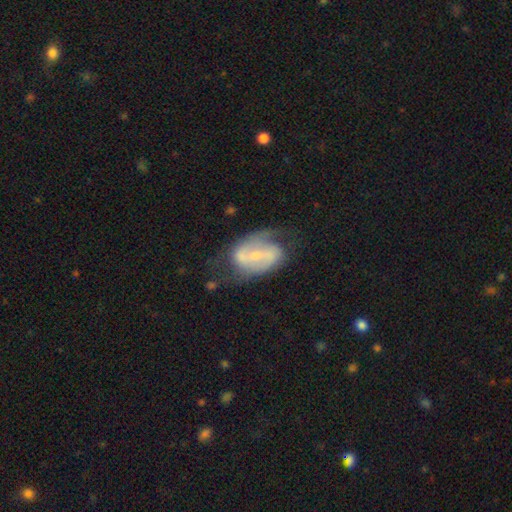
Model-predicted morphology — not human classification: A featured or disk galaxy (80%) with a weak bar (42%), 2 (81%) medium (47%) spiral arms (88%) and a small central bulge (61%). Merging: none (60%).